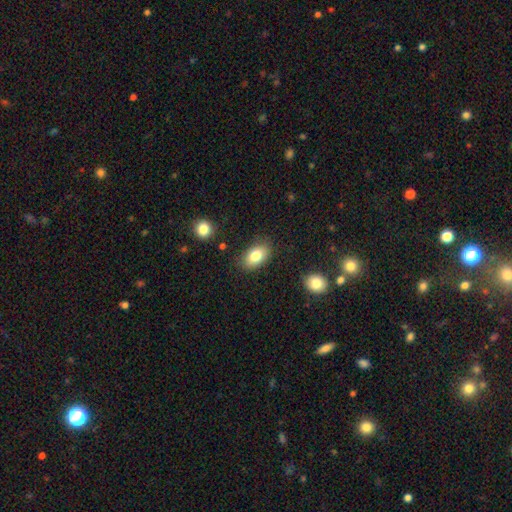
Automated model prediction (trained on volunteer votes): A smooth galaxy with no disk features (81%) that is in between round and cigar-shaped (91%). Merging: none (84%).